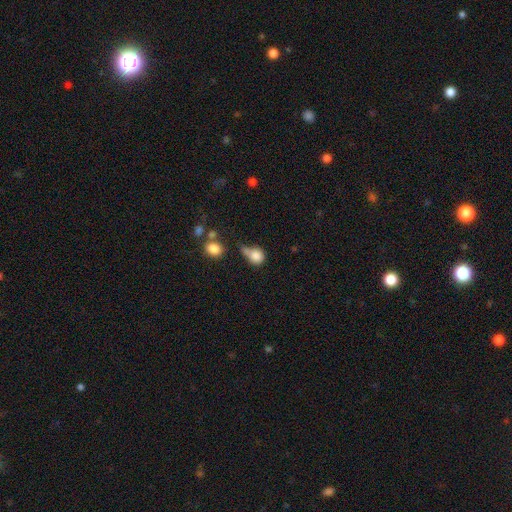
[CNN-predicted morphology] This appears to be a smooth galaxy with no disk features (81%) that is round (62%). Merging: none (30%).